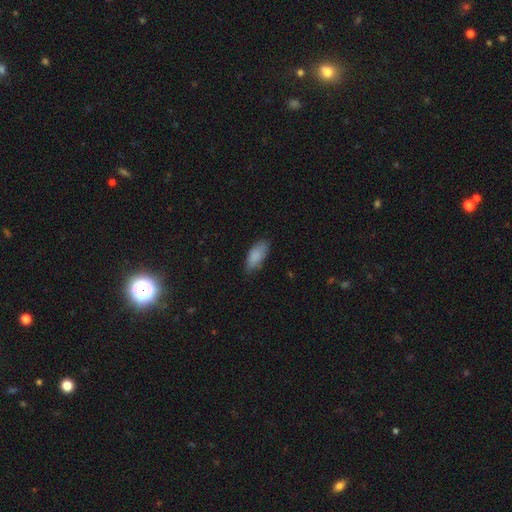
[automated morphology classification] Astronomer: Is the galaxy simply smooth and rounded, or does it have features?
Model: smooth — 87%.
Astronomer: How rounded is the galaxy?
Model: in between — 87%.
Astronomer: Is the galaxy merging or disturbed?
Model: none — 75%.